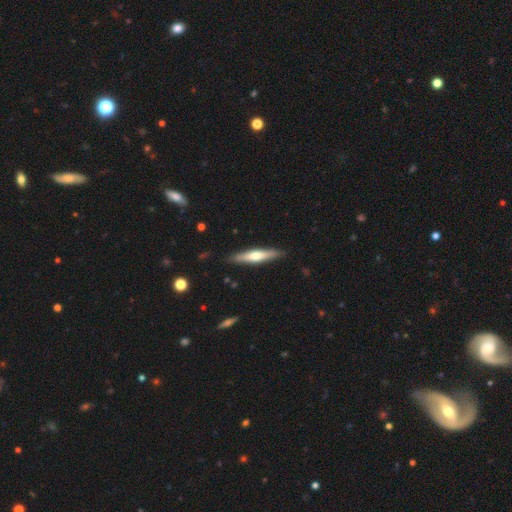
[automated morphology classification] Smooth or featured? Predicted: featured or disk (p=0.50). Edge-on disk? Predicted: yes (p=0.93). Merging? Predicted: none (p=0.88).